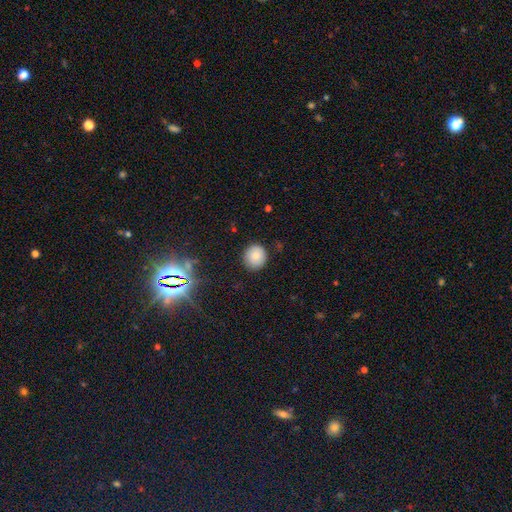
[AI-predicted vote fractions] smooth-or-featured: smooth: 83% | star or artifact: 11% | featured or disk: 6%
  how-rounded: round: 88% | in between: 11% | cigar-shaped: 1%
  merging: none: 88% | minor disturbance: 8% | major disturbance: 2% | merger: 1%